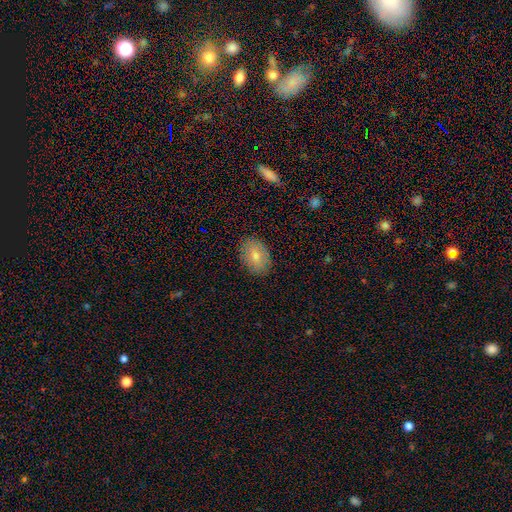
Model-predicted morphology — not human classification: Q: Smooth or featured?
A: smooth (76%); runner-up: featured or disk (16%)
Q: How rounded?
A: in between (83%); runner-up: round (15%)
Q: Merging?
A: none (86%); runner-up: minor disturbance (10%)